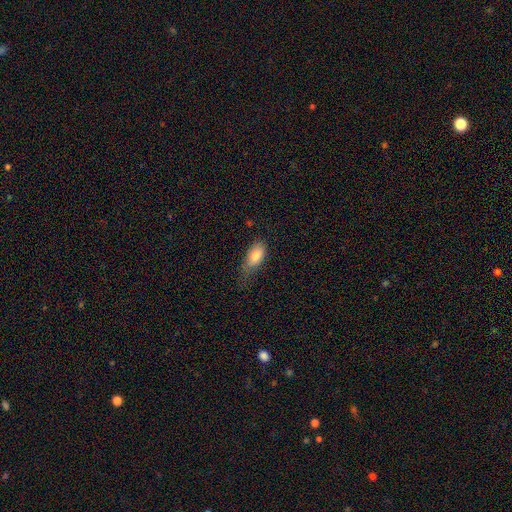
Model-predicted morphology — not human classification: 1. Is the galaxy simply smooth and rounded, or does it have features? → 81% smooth, 12% featured or disk, 7% star or artifact.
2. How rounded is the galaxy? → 89% in between, 7% cigar-shaped, 3% round.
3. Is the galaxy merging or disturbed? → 40% none, 38% minor disturbance, 20% major disturbance, 2% merger.